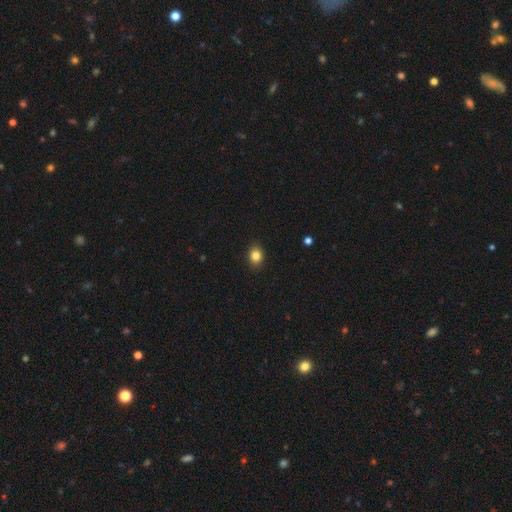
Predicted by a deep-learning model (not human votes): Q: Smooth or featured?
A: smooth (85%); runner-up: star or artifact (10%)
Q: How rounded?
A: round (50%); runner-up: in between (49%)
Q: Merging?
A: none (89%); runner-up: minor disturbance (8%)